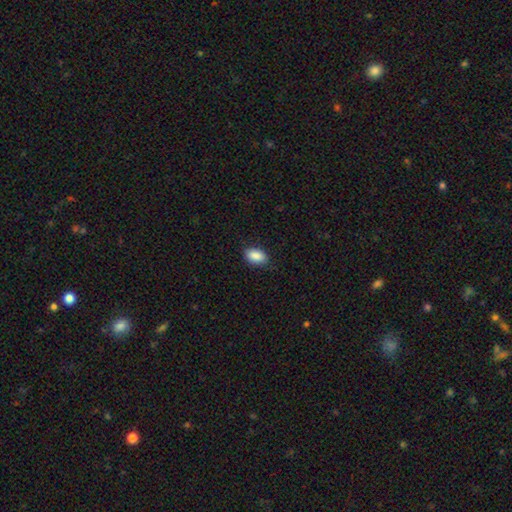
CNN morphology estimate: Smooth or featured? smooth (89%)
How rounded? in between (91%)
Merging? none (83%)